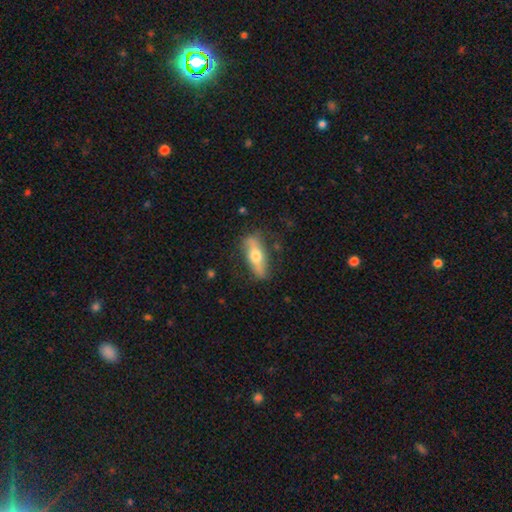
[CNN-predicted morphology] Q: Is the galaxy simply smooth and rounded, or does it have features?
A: smooth — 50%.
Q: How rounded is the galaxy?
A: in between — 54%.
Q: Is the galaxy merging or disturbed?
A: none — 77%.